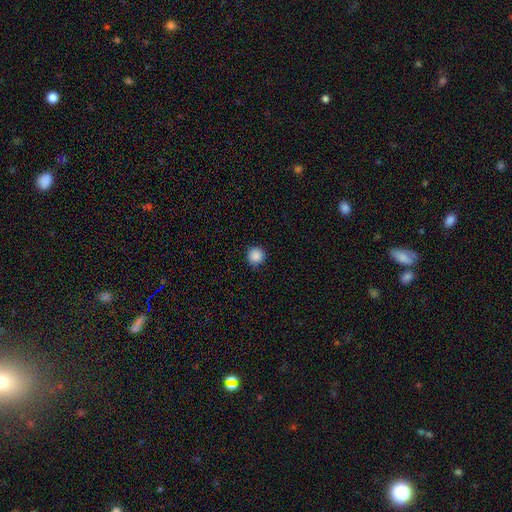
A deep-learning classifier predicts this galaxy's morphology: Smooth or featured?
  - smooth: 87% *
  - star or artifact: 10%
  - featured or disk: 3%
How rounded?
  - round: 95% *
  - in between: 4%
  - cigar-shaped: 1%
Merging?
  - none: 89% *
  - minor disturbance: 8%
  - major disturbance: 2%
  - merger: 1%